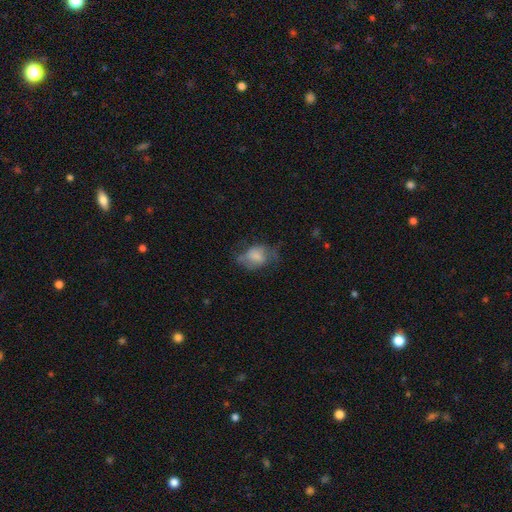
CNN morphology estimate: Smooth or featured? smooth (62%)
How rounded? in between (73%)
Merging? none (38%)